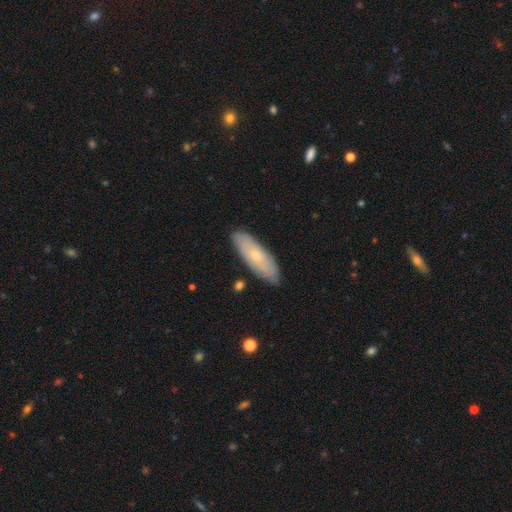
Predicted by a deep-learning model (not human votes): A smooth galaxy with no disk features (53%) that is in between round and cigar-shaped (56%). Merging: none (85%).